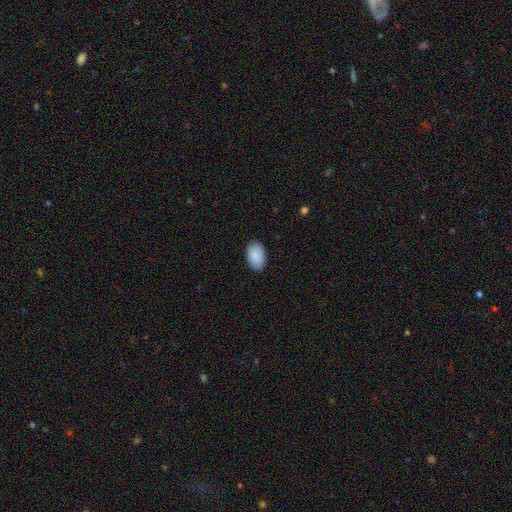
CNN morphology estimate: Smooth or featured? Predicted: smooth (p=0.90). How rounded? Predicted: in between (p=0.91). Merging? Predicted: none (p=0.88).